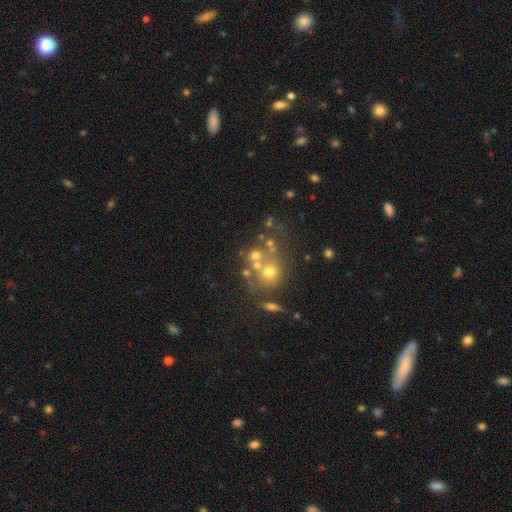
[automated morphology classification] smooth_or_featured: smooth (p=0.51) [alt: featured or disk p=0.28]
how_rounded: round (p=0.80) [alt: in between p=0.19]
merging: none (p=0.48) [alt: merger p=0.33]